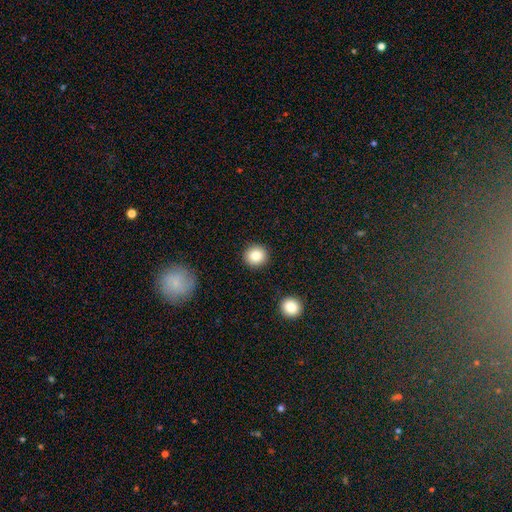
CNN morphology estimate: smooth 84%, star or artifact 9%, featured or disk 6%. Down the decision tree: how rounded — round (91%); merging — none (91%).